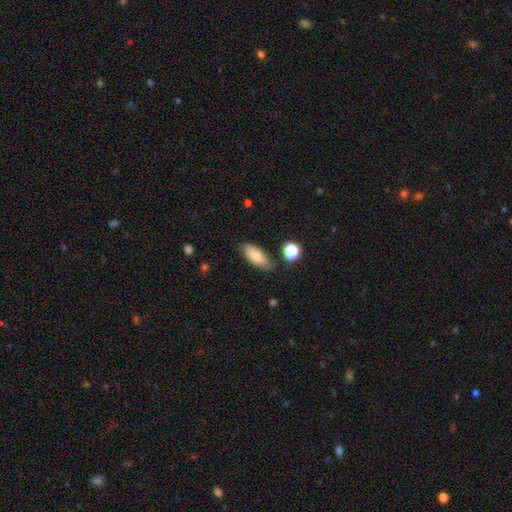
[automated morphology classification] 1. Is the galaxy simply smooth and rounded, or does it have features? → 81% smooth, 12% featured or disk, 8% star or artifact.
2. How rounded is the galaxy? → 82% in between, 16% cigar-shaped, 3% round.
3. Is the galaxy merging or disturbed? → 81% none, 13% minor disturbance, 3% merger, 3% major disturbance.